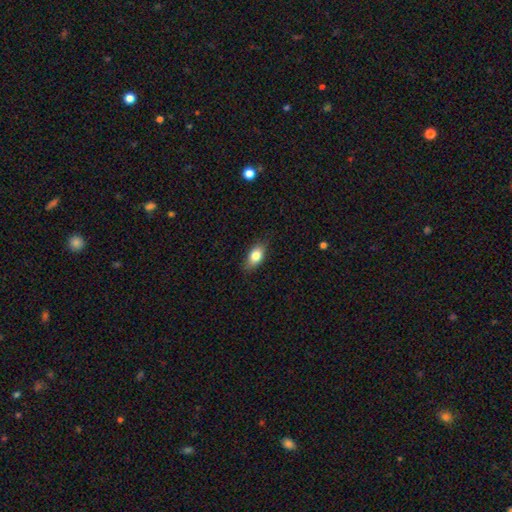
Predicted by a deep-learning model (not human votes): Smooth or featured: smooth — 79% (featured or disk — 13%)
How rounded: in between — 85% (round — 8%)
Merging: none — 83% (minor disturbance — 14%)